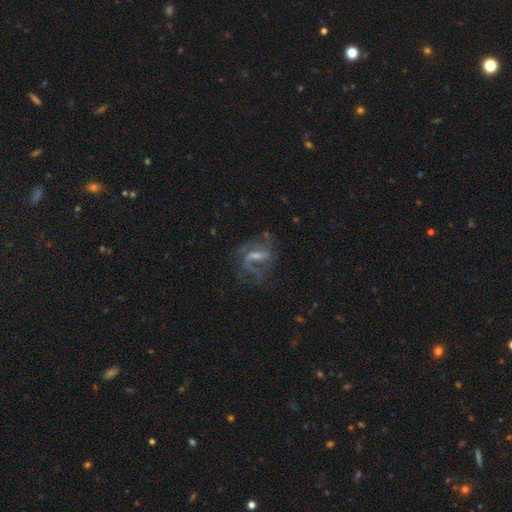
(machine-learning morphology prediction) A featured or disk galaxy (77%) with a weak bar (44%), 2 (67%) medium (47%) spiral arms (87%) and a small central bulge (36%). Merging: none (57%).